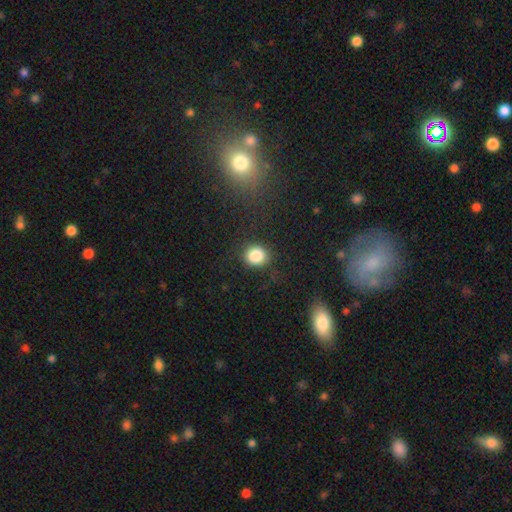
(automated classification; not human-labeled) The model was most divided on "how rounded": round: 80%, in between: 19%, cigar-shaped: 1%. More confident: smooth or featured — smooth (85%); merging — none (84%).